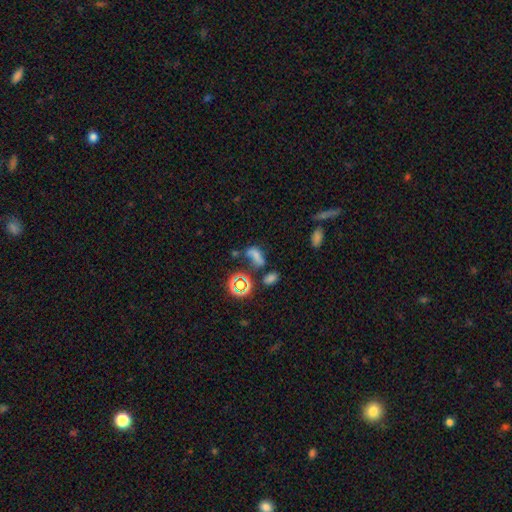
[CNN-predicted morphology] Smooth or featured? Predicted: smooth (p=0.53). How rounded? Predicted: in between (p=0.75). Merging? Predicted: none (p=0.35).